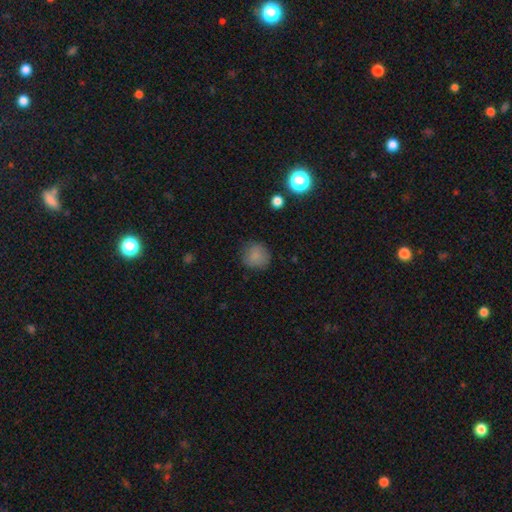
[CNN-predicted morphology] Q: Smooth or featured?
A: smooth (83%); runner-up: star or artifact (10%)
Q: How rounded?
A: round (90%); runner-up: in between (9%)
Q: Merging?
A: none (81%); runner-up: minor disturbance (14%)